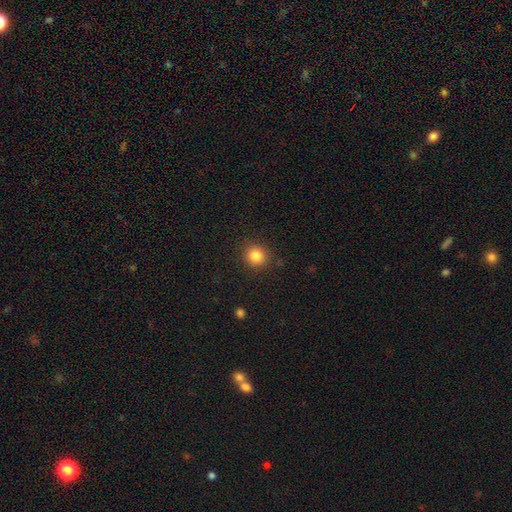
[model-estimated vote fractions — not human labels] Morphology: type=smooth (84%); roundness=round (91%); merging=none (90%).